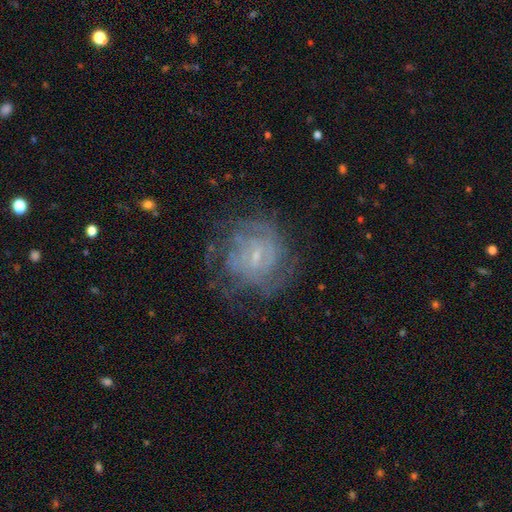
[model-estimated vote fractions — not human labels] featured or disk 71%, smooth 19%, star or artifact 11%. Down the decision tree: edge-on disk — no (97%); bar — weak (52%); spiral arms — yes (75%); spiral arm count — can't tell (59%); spiral winding — tight (60%); bulge size — small (69%); merging — none (64%).